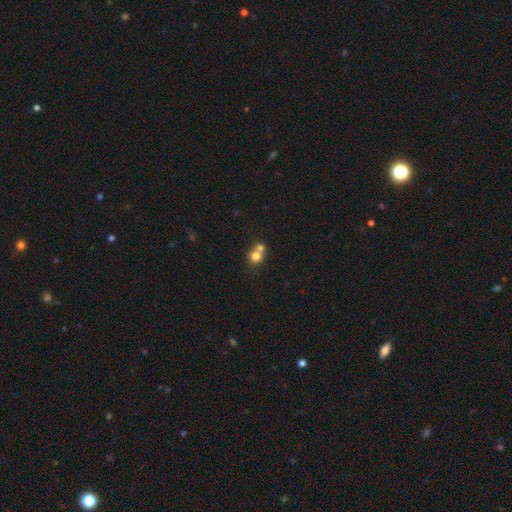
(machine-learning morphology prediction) Q: Smooth or featured?
A: smooth (76%); runner-up: featured or disk (12%)
Q: How rounded?
A: round (81%); runner-up: in between (18%)
Q: Merging?
A: merger (55%); runner-up: none (36%)